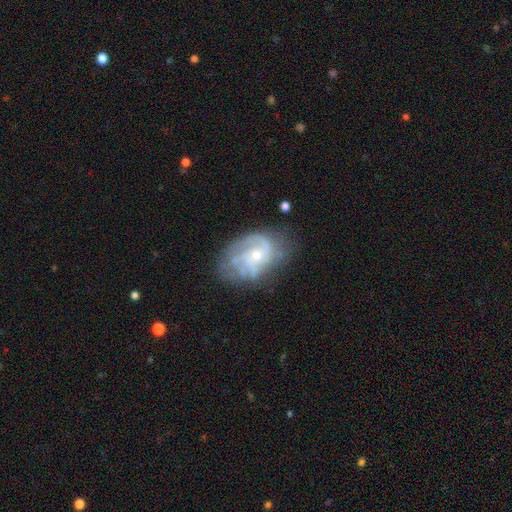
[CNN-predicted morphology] Q: Smooth or featured?
A: featured or disk (79%); runner-up: smooth (14%)
Q: Edge-on disk?
A: no (97%); runner-up: yes (3%)
Q: Bar?
A: no (70%); runner-up: weak (26%)
Q: Spiral arms?
A: yes (88%); runner-up: no (12%)
Q: Spiral winding?
A: medium (42%); runner-up: tight (36%)
Q: Spiral arm count?
A: can't tell (34%); runner-up: 2 (29%)
Q: Bulge size?
A: small (60%); runner-up: moderate (34%)
Q: Merging?
A: none (56%); runner-up: minor disturbance (24%)